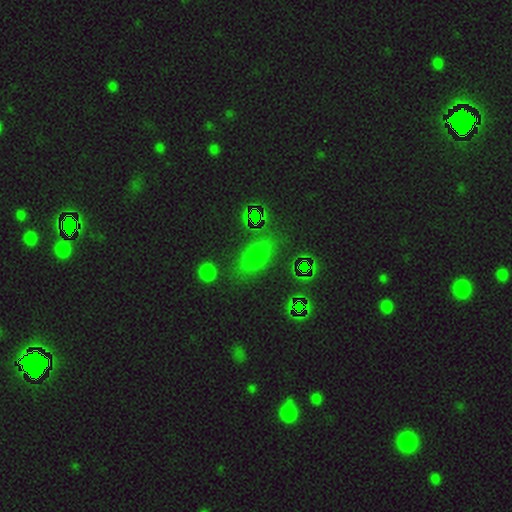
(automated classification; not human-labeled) A smooth galaxy with no disk features (61%) that is in between round and cigar-shaped (77%).

Vote fractions:
- Smooth or featured? smooth: 61% / star or artifact: 28% / featured or disk: 11%
- How rounded? in between: 77% / round: 16% / cigar-shaped: 7%
- Merging? none: 77% / minor disturbance: 14% / major disturbance: 6% / merger: 3%